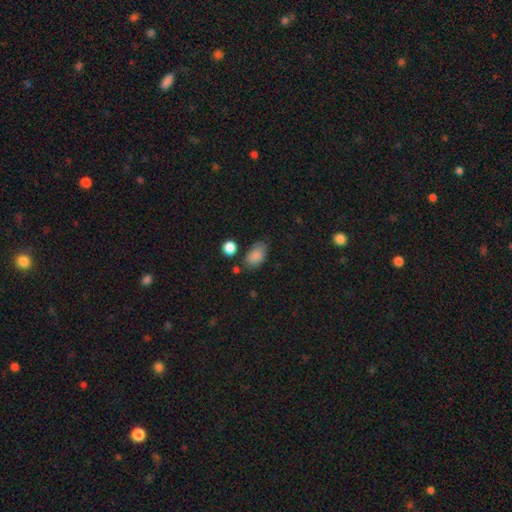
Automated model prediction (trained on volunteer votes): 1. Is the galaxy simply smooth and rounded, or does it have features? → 86% smooth, 9% star or artifact, 5% featured or disk.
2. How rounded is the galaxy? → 89% in between, 10% round, 2% cigar-shaped.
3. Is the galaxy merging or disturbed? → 65% none, 23% minor disturbance, 6% major disturbance, 6% merger.